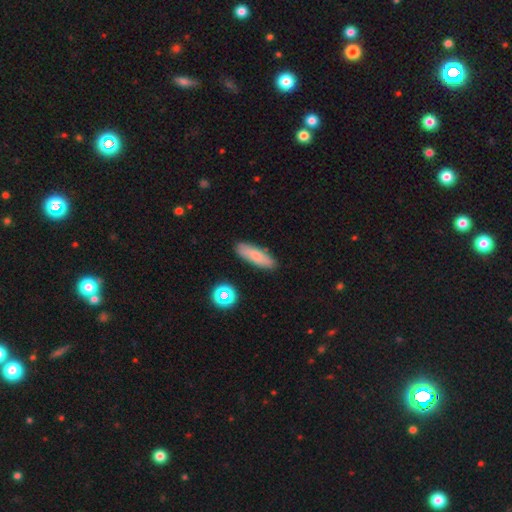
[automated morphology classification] A smooth galaxy with no disk features (79%) that is cigar-shaped (49%, tied with in between).

Vote fractions:
- Smooth or featured? smooth: 79% / featured or disk: 13% / star or artifact: 8%
- How rounded? cigar-shaped: 49% (tied) / in between: 49% (tied) / round: 3%
- Merging? none: 85% / minor disturbance: 10% / major disturbance: 2% / merger: 2%